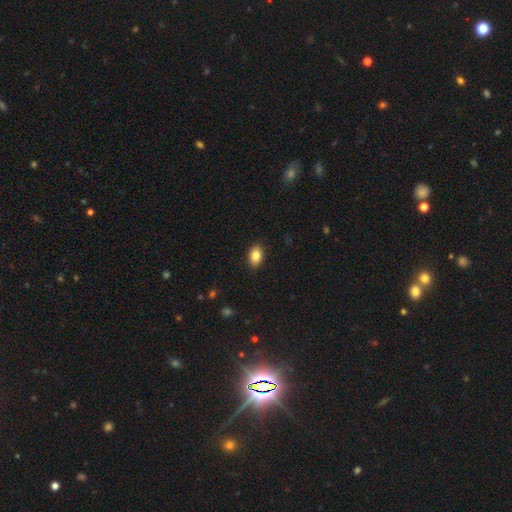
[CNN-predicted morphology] smooth 83%, featured or disk 9%, star or artifact 8%. Down the decision tree: how rounded — in between (87%); merging — none (89%).